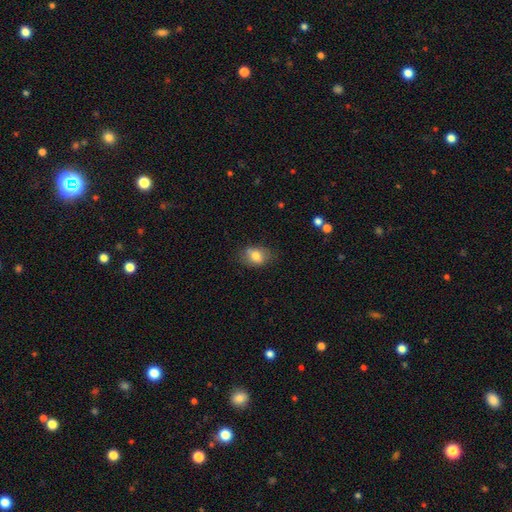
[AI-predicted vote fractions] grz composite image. It shows a smooth galaxy with no disk features (76%) that is in between round and cigar-shaped (73%). Merging: none (73%).